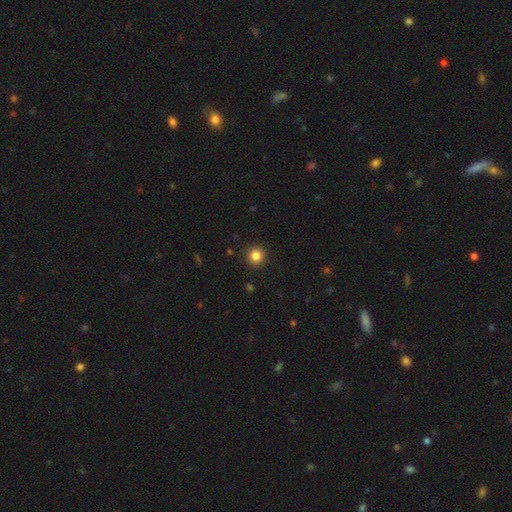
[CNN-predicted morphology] type=smooth (84%); roundness=round (95%); merging=none (92%).